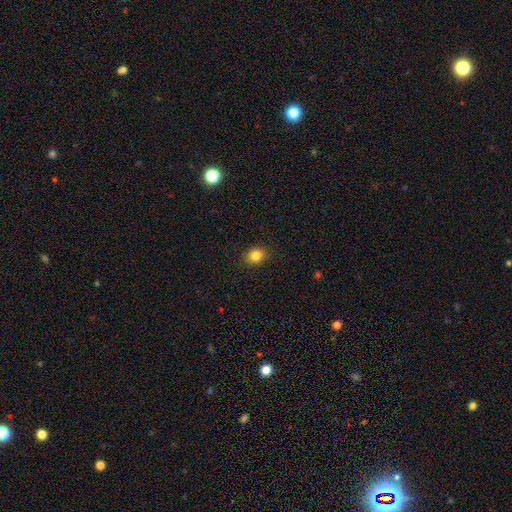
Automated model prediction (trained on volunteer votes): Morphology: type=smooth (83%); roundness=round (55%); merging=none (89%).